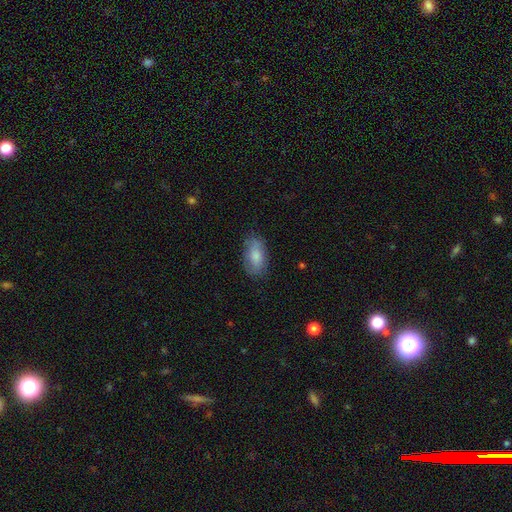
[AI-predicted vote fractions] Smooth or featured? smooth (79%)
How rounded? in between (92%)
Merging? none (75%)